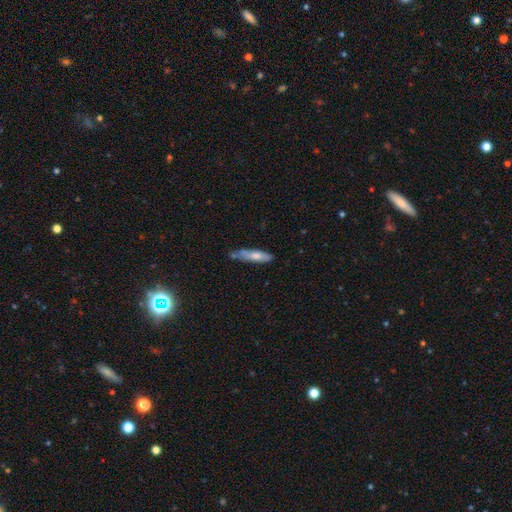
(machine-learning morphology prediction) This is likely a smooth galaxy (68%). How rounded: likely cigar-shaped (77%). Merging: likely none (61%).